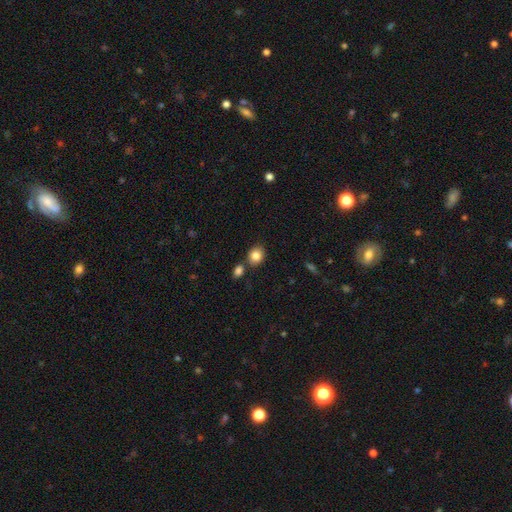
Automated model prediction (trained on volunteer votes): A smooth galaxy with no disk features (85%) that is round (59%). Merging: none (72%).